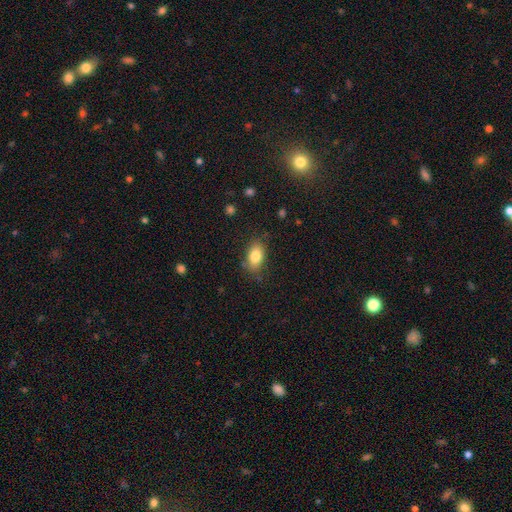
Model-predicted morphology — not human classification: This is clearly a smooth galaxy (82%). How rounded: clearly in between (89%). Merging: likely none (78%).